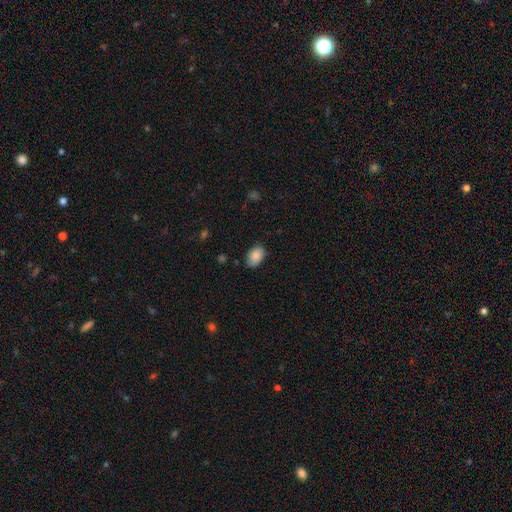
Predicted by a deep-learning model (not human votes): Smooth or featured?
  - smooth: 82% *
  - featured or disk: 10%
  - star or artifact: 8%
How rounded?
  - in between: 85% *
  - round: 14%
  - cigar-shaped: 1%
Merging?
  - none: 76% *
  - minor disturbance: 20%
  - major disturbance: 3%
  - merger: 1%